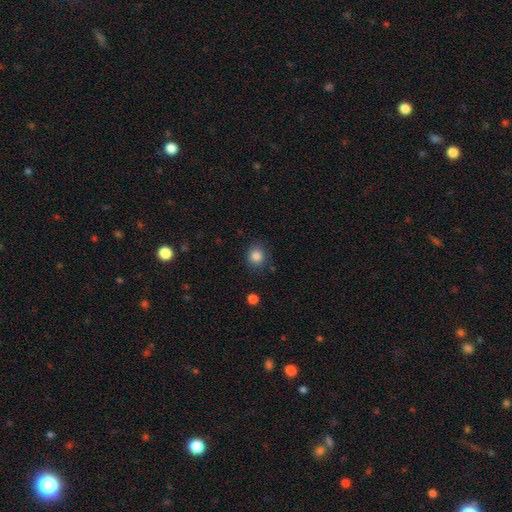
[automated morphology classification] smooth_or_featured: smooth (p=0.85) [alt: star or artifact p=0.10]
how_rounded: round (p=0.80) [alt: in between p=0.19]
merging: none (p=0.83) [alt: minor disturbance p=0.12]